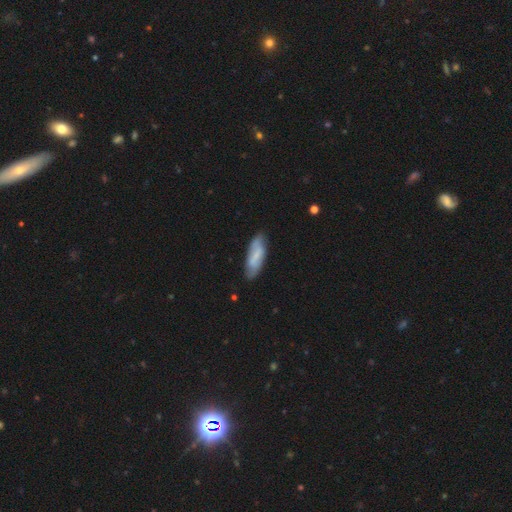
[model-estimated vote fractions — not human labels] Smooth or featured? smooth (62%)
How rounded? in between (57%)
Merging? none (79%)